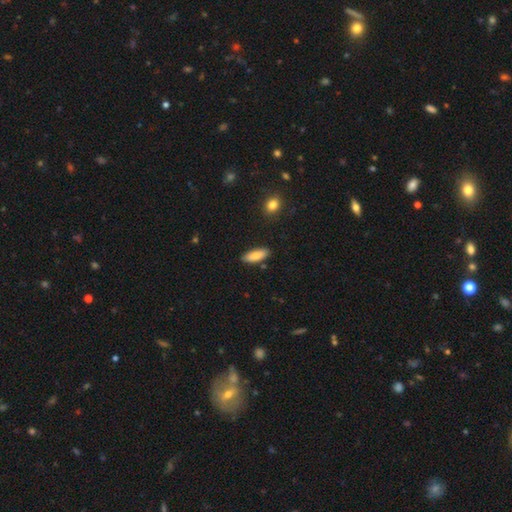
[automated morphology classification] A smooth galaxy with no disk features (84%) that is in between round and cigar-shaped (70%). Merging: none (85%).